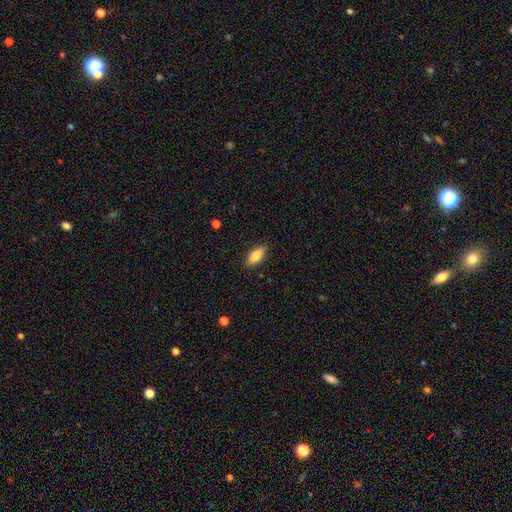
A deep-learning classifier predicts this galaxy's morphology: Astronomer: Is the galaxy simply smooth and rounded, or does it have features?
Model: smooth — 82%.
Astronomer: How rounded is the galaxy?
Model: in between — 83%.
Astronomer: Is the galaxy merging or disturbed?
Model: none — 86%.